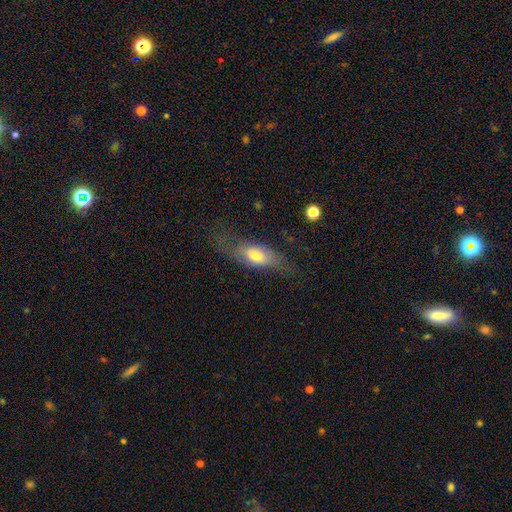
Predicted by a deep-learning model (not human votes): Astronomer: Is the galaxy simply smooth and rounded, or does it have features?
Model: smooth — 56% (runner-up: featured or disk, 36%).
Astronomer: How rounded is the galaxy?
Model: in between — 69%.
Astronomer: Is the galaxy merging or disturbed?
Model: none — 56%.